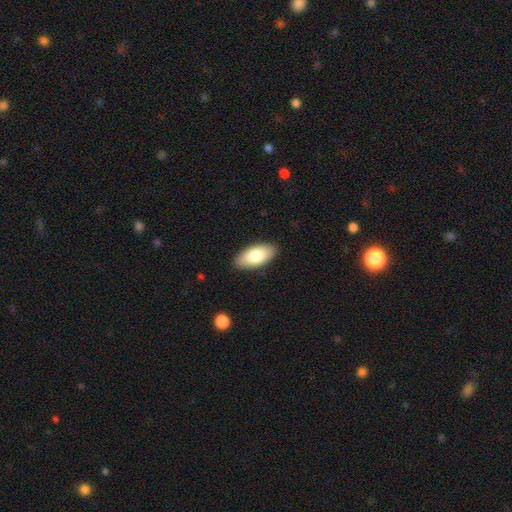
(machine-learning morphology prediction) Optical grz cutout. It shows a smooth galaxy with no disk features (82%) that is in between round and cigar-shaped (92%). Merging: none (89%).